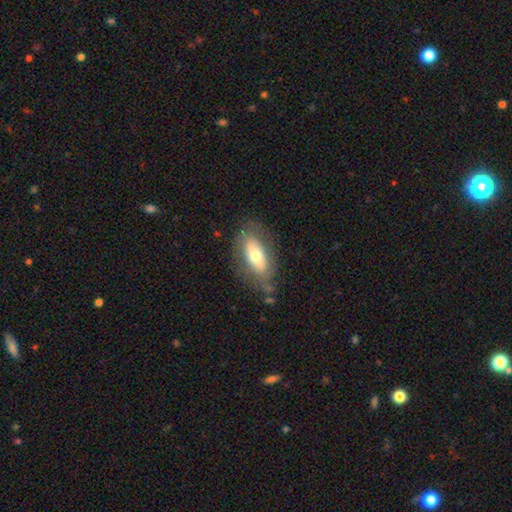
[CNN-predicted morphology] A smooth galaxy with no disk features (58%) that is in between round and cigar-shaped (85%). Merging: none (72%).